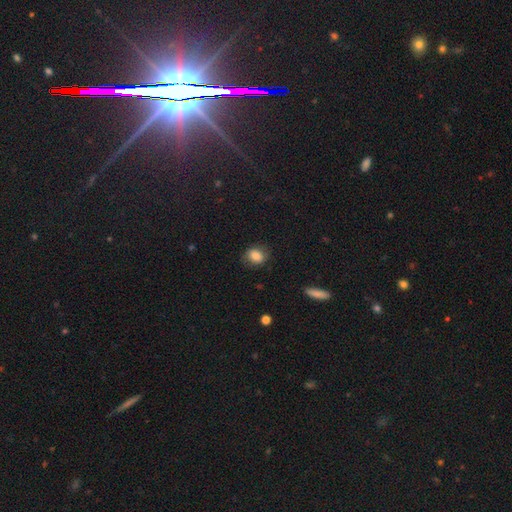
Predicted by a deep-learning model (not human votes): Smooth or featured?
  - smooth: 80% *
  - featured or disk: 12%
  - star or artifact: 8%
How rounded?
  - round: 50% *
  - in between: 49%
  - cigar-shaped: 1%
Merging?
  - none: 75% *
  - minor disturbance: 18%
  - major disturbance: 6%
  - merger: 1%